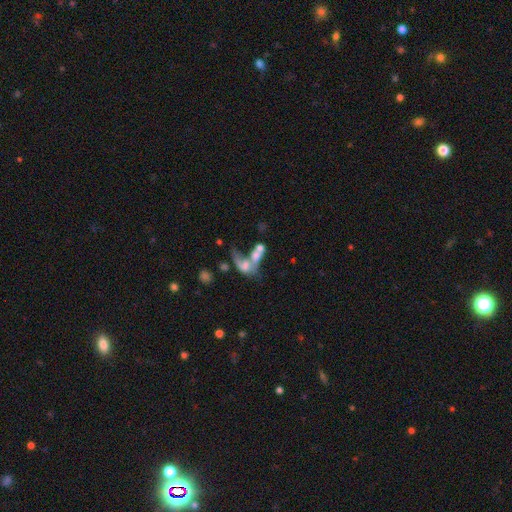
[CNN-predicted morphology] smooth_or_featured: featured or disk (p=0.44) [alt: smooth p=0.43]
merging: merger (p=0.62) [alt: major disturbance p=0.21]